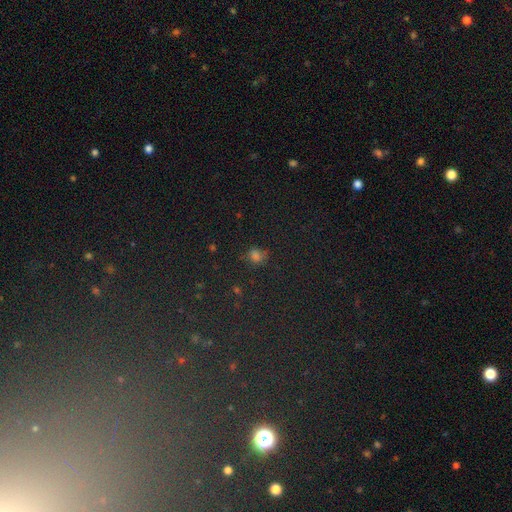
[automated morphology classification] smooth_or_featured: smooth (p=0.57) [alt: star or artifact p=0.35]
how_rounded: round (p=0.74) [alt: in between p=0.24]
merging: none (p=0.75) [alt: minor disturbance p=0.14]